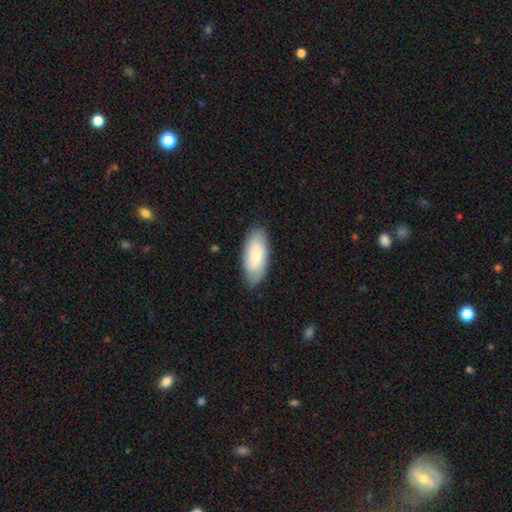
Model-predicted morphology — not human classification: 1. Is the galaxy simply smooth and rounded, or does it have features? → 65% smooth, 29% featured or disk, 6% star or artifact.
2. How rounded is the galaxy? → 87% in between, 11% cigar-shaped, 2% round.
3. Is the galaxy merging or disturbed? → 83% none, 14% minor disturbance, 3% major disturbance, 1% merger.